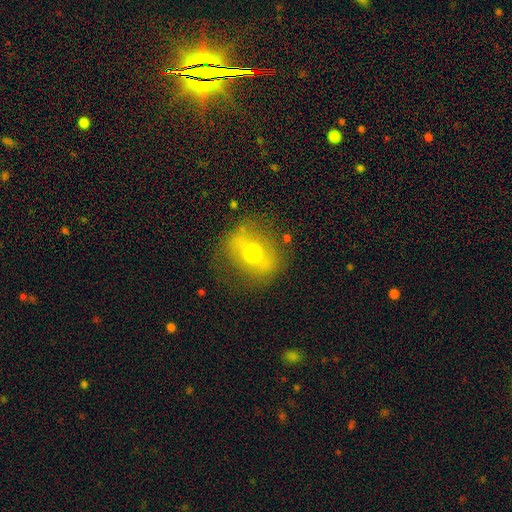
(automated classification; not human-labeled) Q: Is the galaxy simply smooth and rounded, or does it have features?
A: featured or disk — 48%.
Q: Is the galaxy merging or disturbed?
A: none — 75%.